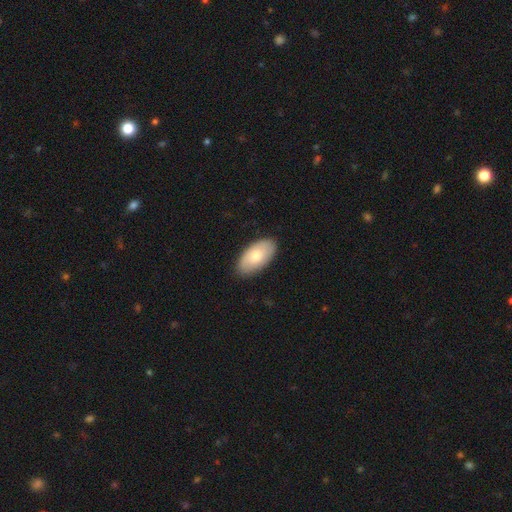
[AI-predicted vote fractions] This is likely a smooth galaxy (75%). How rounded: clearly in between (95%). Merging: clearly none (86%).